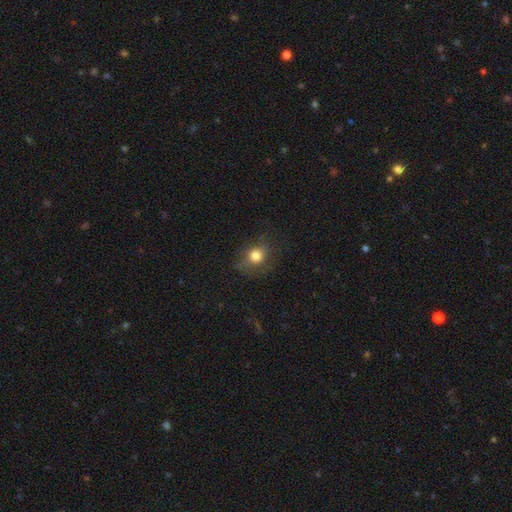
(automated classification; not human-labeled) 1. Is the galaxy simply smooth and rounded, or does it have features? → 77% smooth, 13% star or artifact, 10% featured or disk.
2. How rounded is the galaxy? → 73% round, 26% in between, 1% cigar-shaped.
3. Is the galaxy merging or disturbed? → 70% none, 19% minor disturbance, 9% major disturbance, 1% merger.